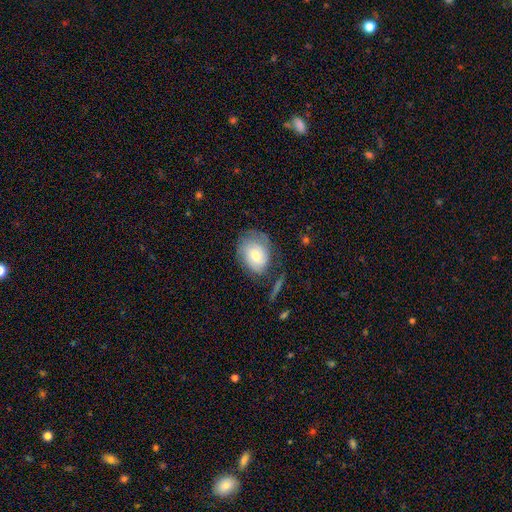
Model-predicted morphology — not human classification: Smooth or featured? smooth (56%)
How rounded? in between (65%)
Merging? none (56%)